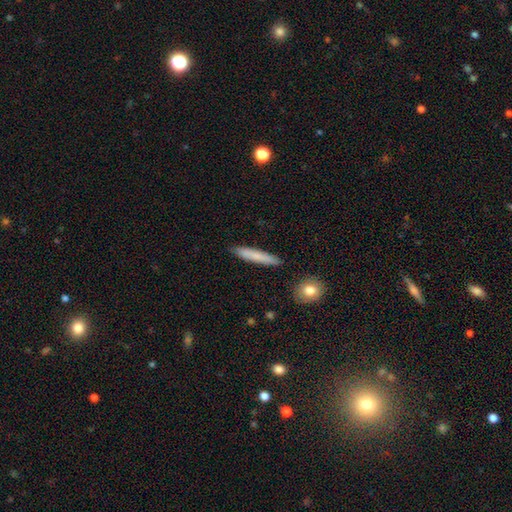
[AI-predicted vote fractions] Smooth or featured?
  - smooth: 74% *
  - featured or disk: 20%
  - star or artifact: 6%
How rounded?
  - cigar-shaped: 94% *
  - in between: 5%
  - round: 1%
Merging?
  - none: 89% *
  - minor disturbance: 7%
  - merger: 2%
  - major disturbance: 2%